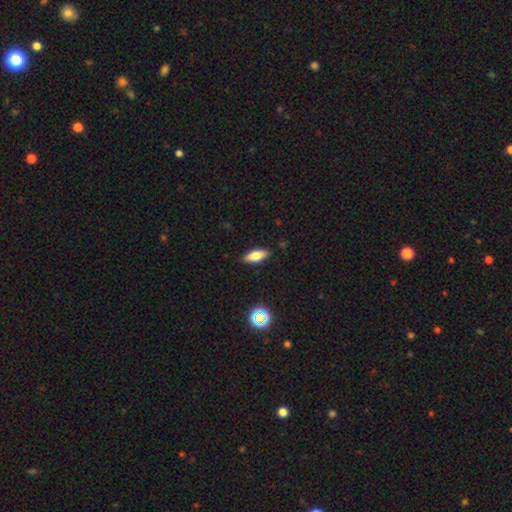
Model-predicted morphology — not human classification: Q: Smooth or featured?
A: smooth (70%); runner-up: featured or disk (21%)
Q: How rounded?
A: in between (70%); runner-up: cigar-shaped (27%)
Q: Merging?
A: none (87%); runner-up: minor disturbance (10%)